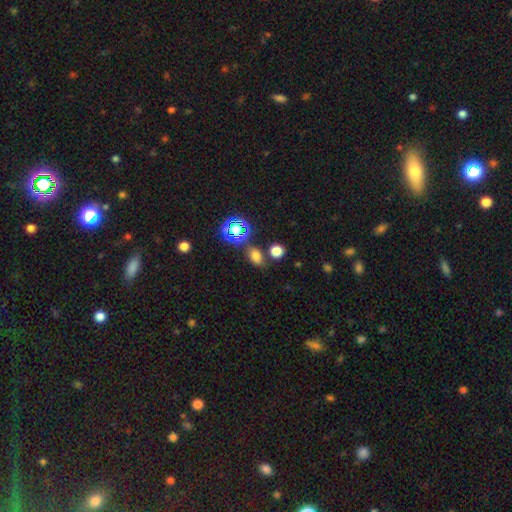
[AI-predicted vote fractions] Smooth or featured? smooth (67%)
How rounded? in between (74%)
Merging? none (74%)